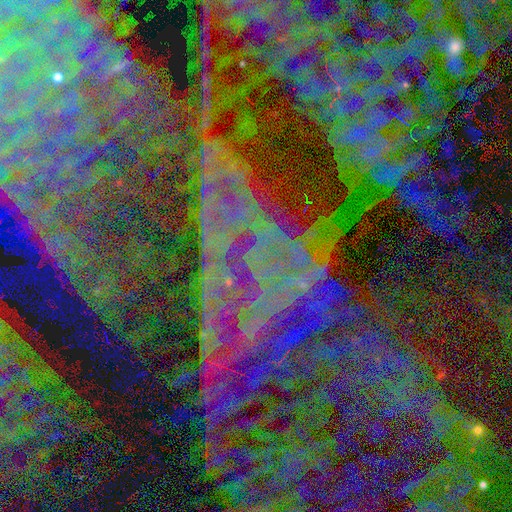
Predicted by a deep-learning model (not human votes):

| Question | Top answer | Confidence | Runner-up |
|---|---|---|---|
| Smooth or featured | star or artifact | 85% | featured or disk (8%) |